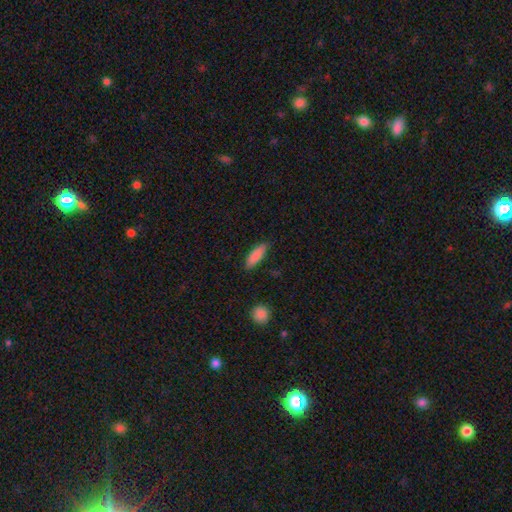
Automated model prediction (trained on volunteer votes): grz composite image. It shows a smooth galaxy with no disk features (85%) that is in between round and cigar-shaped (51%). Merging: none (83%).